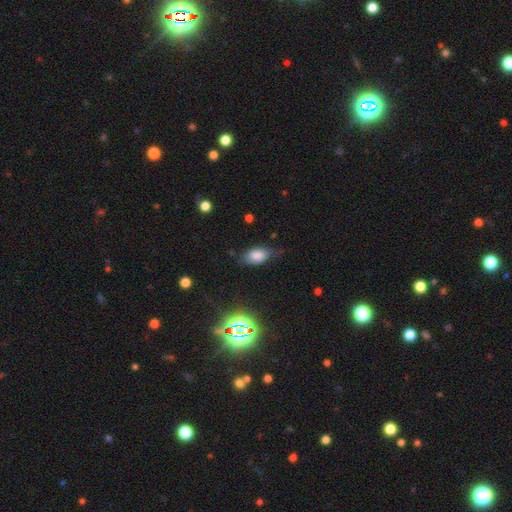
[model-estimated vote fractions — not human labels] smooth 73%, featured or disk 14%, star or artifact 13%. Down the decision tree: how rounded — in between (89%); merging — none (58%).